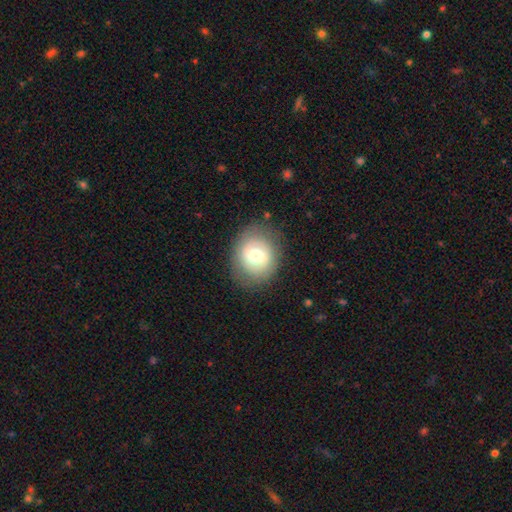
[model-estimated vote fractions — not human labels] Smooth or featured?
  - smooth: 60% *
  - featured or disk: 31%
  - star or artifact: 8%
How rounded?
  - round: 73% *
  - in between: 26%
  - cigar-shaped: 1%
Merging?
  - none: 82% *
  - minor disturbance: 12%
  - major disturbance: 5%
  - merger: 1%